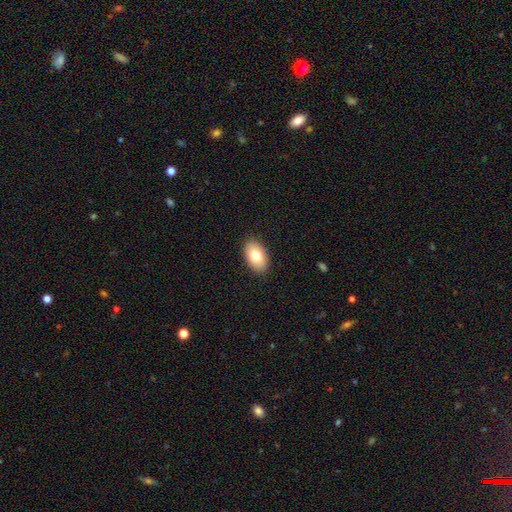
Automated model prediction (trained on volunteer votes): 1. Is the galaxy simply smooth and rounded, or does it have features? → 78% smooth, 14% featured or disk, 7% star or artifact.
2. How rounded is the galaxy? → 93% in between, 5% round, 1% cigar-shaped.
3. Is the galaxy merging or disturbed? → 90% none, 8% minor disturbance, 2% major disturbance, 1% merger.